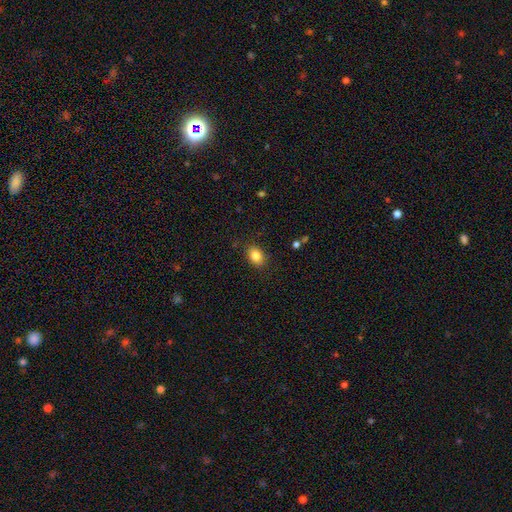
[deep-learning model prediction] Smooth or featured: smooth — 84% (star or artifact — 9%)
How rounded: in between — 72% (round — 27%)
Merging: none — 85% (minor disturbance — 11%)